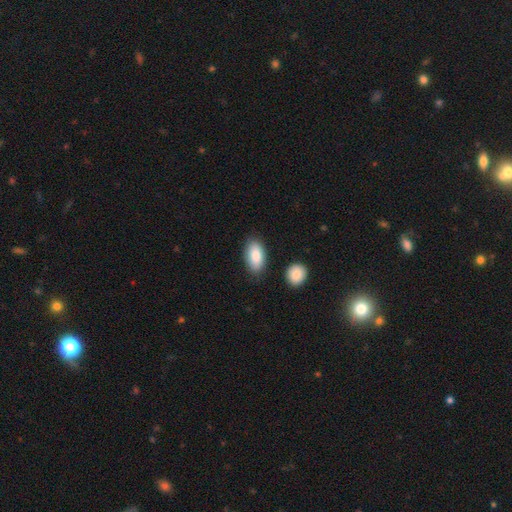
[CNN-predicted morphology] This is clearly a smooth galaxy (86%). How rounded: clearly in between (93%). Merging: clearly none (81%).